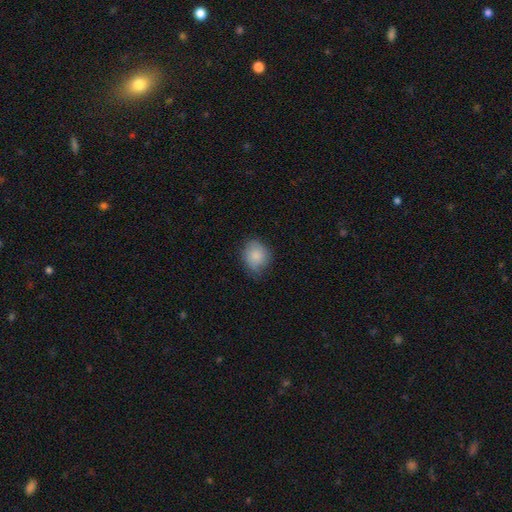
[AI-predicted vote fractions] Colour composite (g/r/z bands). It shows a smooth galaxy with no disk features (84%) that is round (68%). Merging: none (66%).